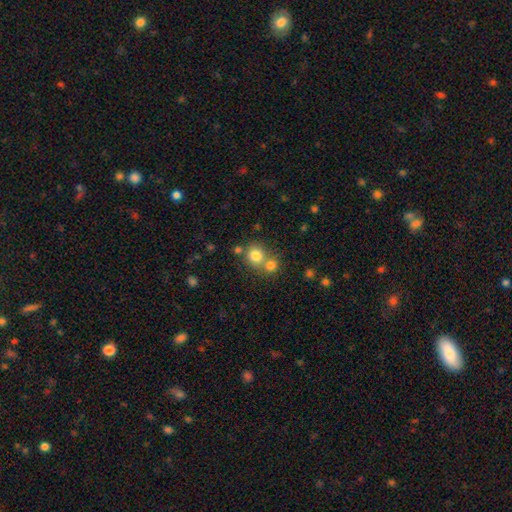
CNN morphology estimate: A smooth galaxy with no disk features (79%) that is round (81%).

Vote fractions:
- Smooth or featured? smooth: 79% / star or artifact: 12% / featured or disk: 9%
- How rounded? round: 81% / in between: 18% / cigar-shaped: 1%
- Merging? none: 49% / merger: 40% / minor disturbance: 7% / major disturbance: 3%